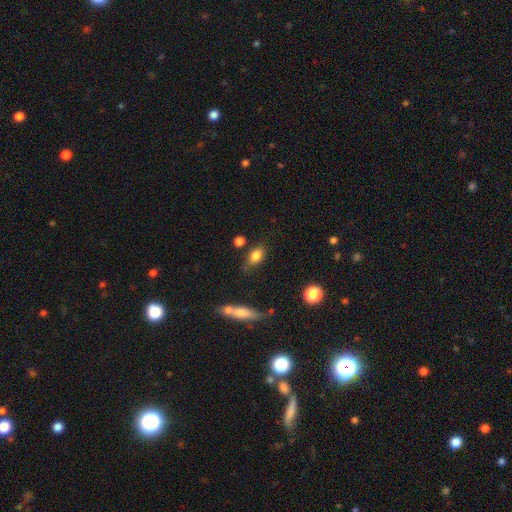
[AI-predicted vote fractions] Morphology: type=smooth (82%); roundness=in between (80%); merging=none (70%).